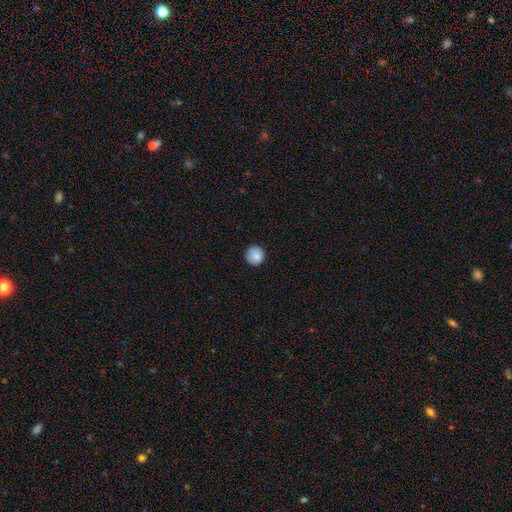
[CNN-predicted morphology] This appears to be a smooth galaxy with no disk features (86%) that is round (94%). Merging: none (88%).